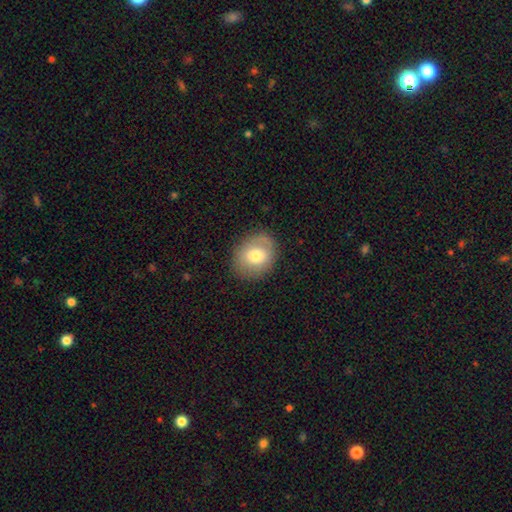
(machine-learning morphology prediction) Smooth or featured? smooth (70%)
How rounded? round (61%)
Merging? none (83%)